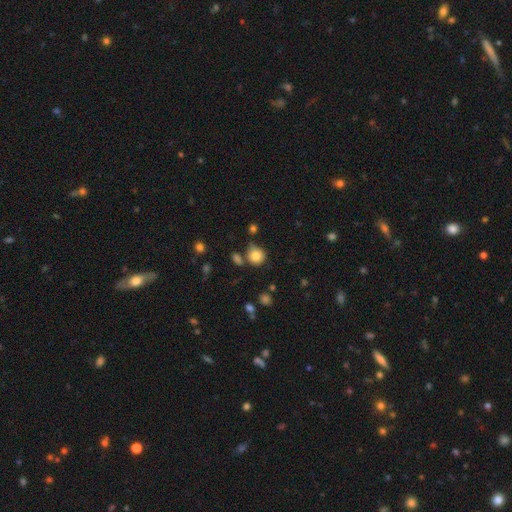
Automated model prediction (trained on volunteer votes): Smooth or featured: smooth — 82% (star or artifact — 11%)
How rounded: round — 87% (in between — 12%)
Merging: none — 65% (minor disturbance — 20%)